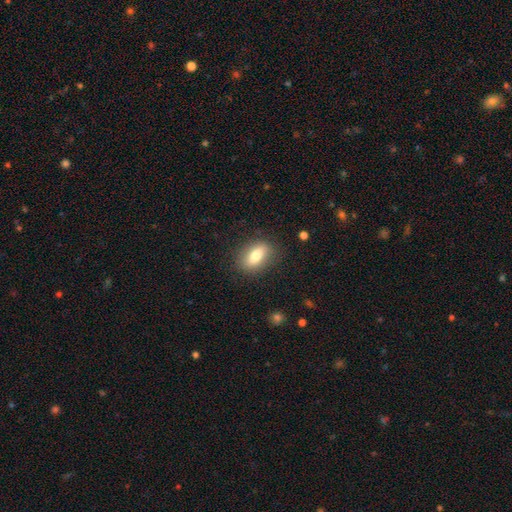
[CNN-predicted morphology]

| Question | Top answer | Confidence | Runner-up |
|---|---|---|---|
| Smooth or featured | smooth | 75% | featured or disk (18%) |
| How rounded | in between | 82% | round (10%) |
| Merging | none | 84% | minor disturbance (11%) |